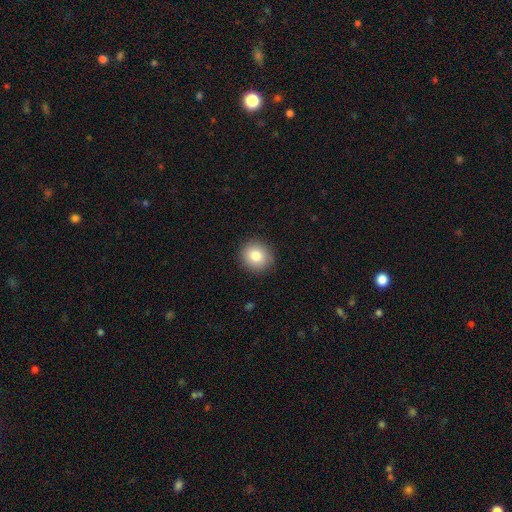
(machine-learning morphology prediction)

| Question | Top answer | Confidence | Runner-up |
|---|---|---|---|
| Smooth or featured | smooth | 82% | star or artifact (9%) |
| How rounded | round | 84% | in between (15%) |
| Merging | none | 88% | minor disturbance (9%) |